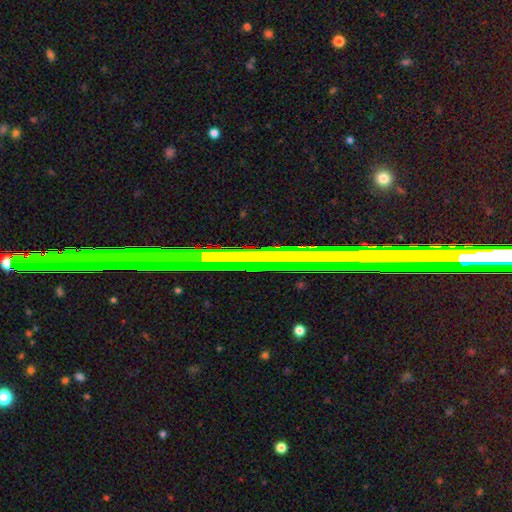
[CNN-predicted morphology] The model was most divided on "smooth or featured": star or artifact: 61%, featured or disk: 22%, smooth: 17%.